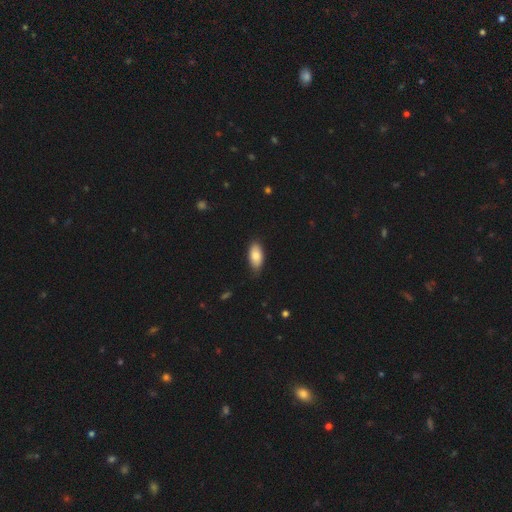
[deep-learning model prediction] smooth-or-featured: smooth: 84% | featured or disk: 10% | star or artifact: 6%
  how-rounded: in between: 91% | cigar-shaped: 7% | round: 2%
  merging: none: 81% | minor disturbance: 16% | major disturbance: 2% | merger: 1%